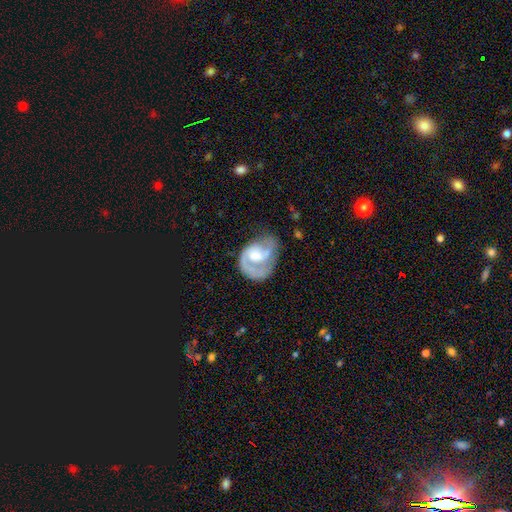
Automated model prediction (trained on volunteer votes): featured or disk 81%, smooth 14%, star or artifact 5%. Down the decision tree: edge-on disk — no (98%); bar — no (52%); spiral arms — yes (93%); spiral arm count — 2 (53%); spiral winding — medium (46%); bulge size — moderate (55%); merging — none (50%).